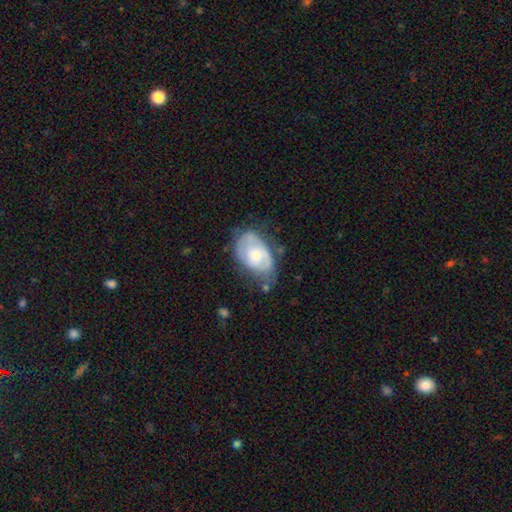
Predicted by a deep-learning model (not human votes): Smooth or featured: featured or disk — 56% (smooth — 38%)
Edge-on disk: no — 95% (yes — 5%)
Bar: no — 72% (weak — 24%)
Spiral arms: yes — 63% (no — 37%)
Bulge size: moderate — 53% (small — 35%)
Merging: none — 46% (minor disturbance — 34%)